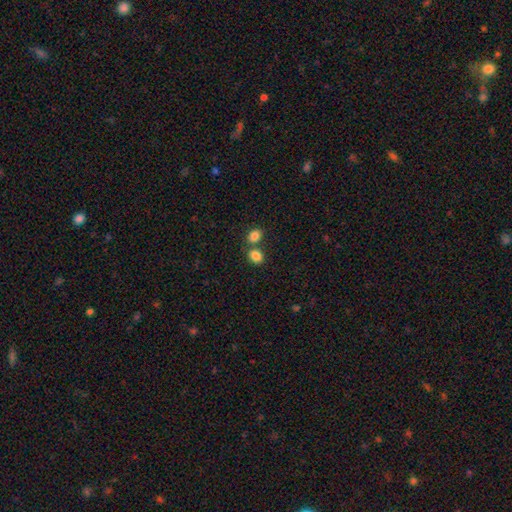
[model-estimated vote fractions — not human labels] Smooth or featured? Predicted: smooth (p=0.85). How rounded? Predicted: in between (p=0.52). Merging? Predicted: none (p=0.55).